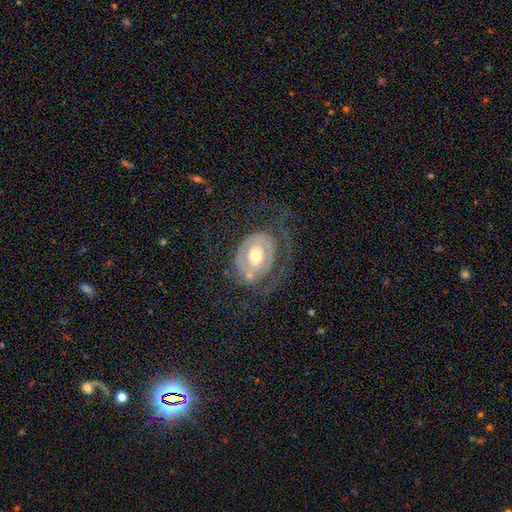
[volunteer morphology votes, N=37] Volunteers were most divided on "merging": major disturbance: 41%, none: 38%, minor disturbance: 18%, merger: 3%. More confident: edge-on disk — no (100%); bar — no (76%); bulge size — moderate (67%); spiral arms — no (62%); smooth or featured — featured or disk (57%).